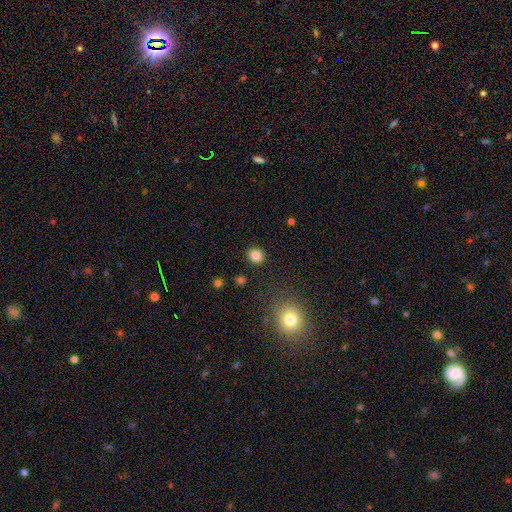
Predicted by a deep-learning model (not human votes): smooth_or_featured: smooth (p=0.84) [alt: star or artifact p=0.12]
how_rounded: round (p=0.86) [alt: in between p=0.13]
merging: none (p=0.90) [alt: minor disturbance p=0.06]